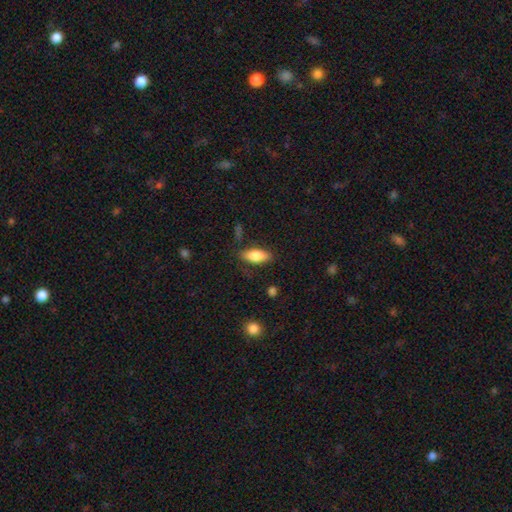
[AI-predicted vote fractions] A smooth galaxy with no disk features (79%) that is in between round and cigar-shaped (81%). Merging: none (81%).